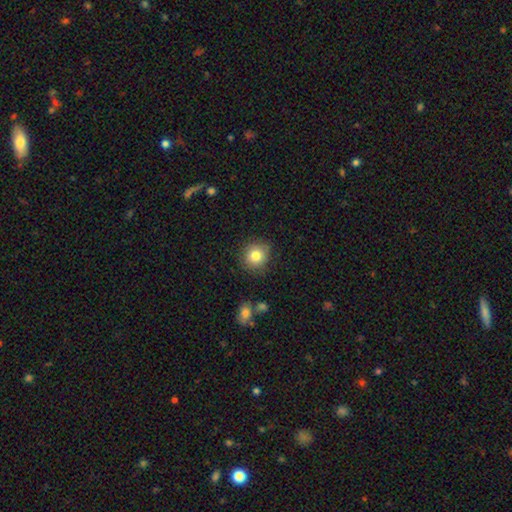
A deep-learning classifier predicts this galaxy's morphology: A smooth galaxy with no disk features (82%) that is round (88%).

Vote fractions:
- Smooth or featured? smooth: 82% / star or artifact: 10% / featured or disk: 8%
- How rounded? round: 88% / in between: 12% / cigar-shaped: 1%
- Merging? none: 84% / minor disturbance: 12% / major disturbance: 3% / merger: 2%